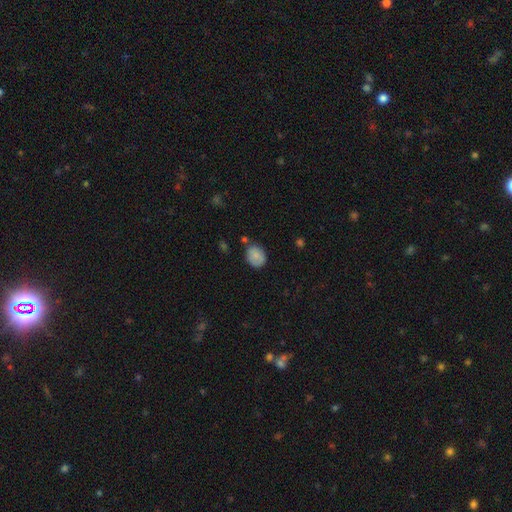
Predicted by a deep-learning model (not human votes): Morphology: type=smooth (83%); roundness=round (52%); merging=none (71%).